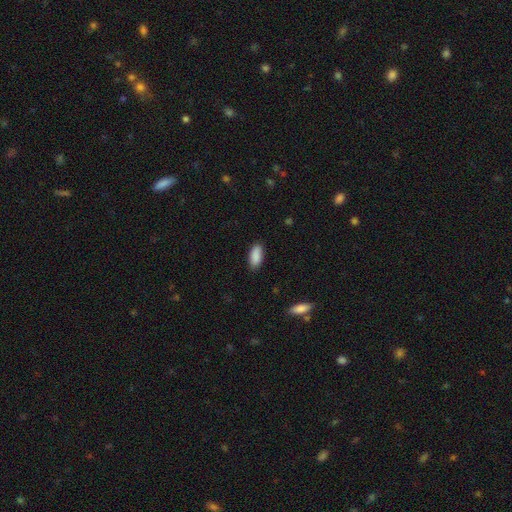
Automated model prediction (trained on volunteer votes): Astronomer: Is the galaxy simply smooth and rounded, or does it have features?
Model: smooth — 90%.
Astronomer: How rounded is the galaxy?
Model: in between — 86%.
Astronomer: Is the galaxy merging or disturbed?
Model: none — 87%.